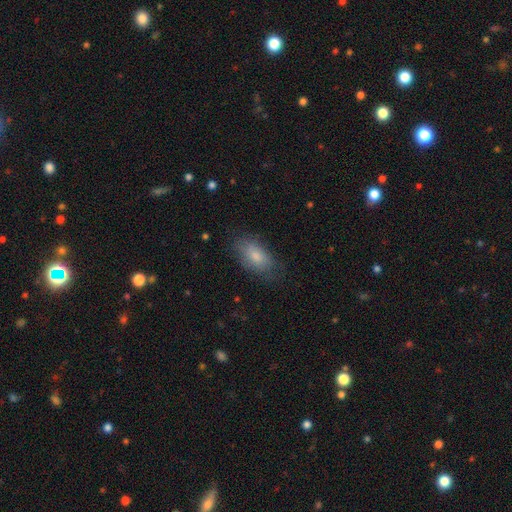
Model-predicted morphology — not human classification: type=smooth (79%); roundness=in between (91%); merging=none (72%).